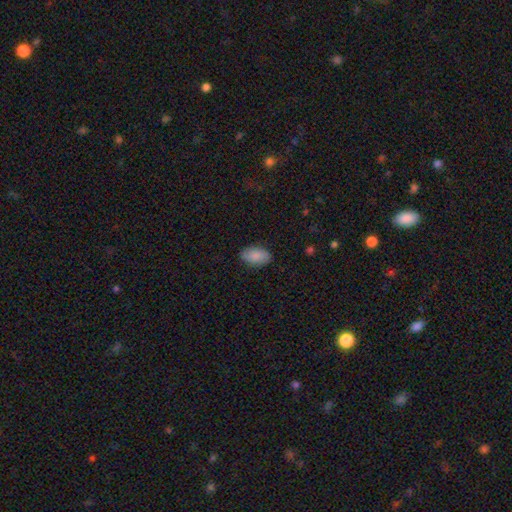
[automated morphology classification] This is clearly a smooth galaxy (83%). How rounded: clearly in between (93%). Merging: clearly none (86%).